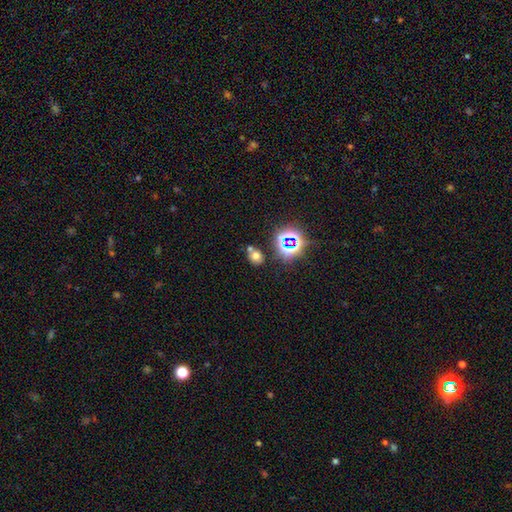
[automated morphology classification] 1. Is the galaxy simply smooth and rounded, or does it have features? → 60% smooth, 28% star or artifact, 11% featured or disk.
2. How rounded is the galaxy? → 55% round, 44% in between, 1% cigar-shaped.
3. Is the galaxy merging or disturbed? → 61% none, 23% merger, 12% minor disturbance, 4% major disturbance.